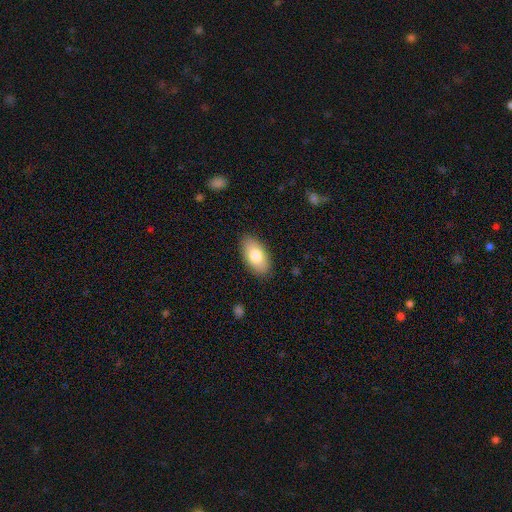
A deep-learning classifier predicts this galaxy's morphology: Smooth or featured? smooth (78%)
How rounded? in between (94%)
Merging? none (86%)